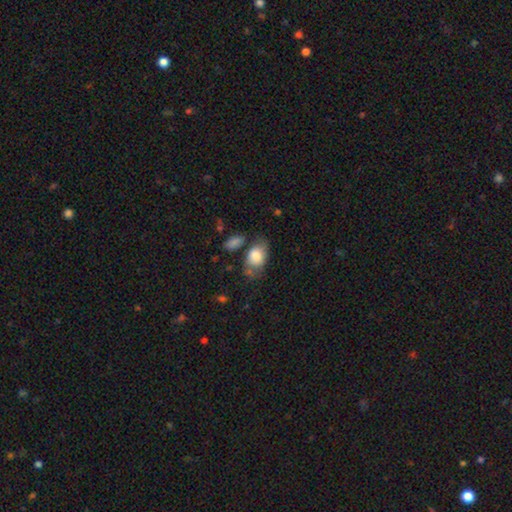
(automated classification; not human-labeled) This is likely a smooth galaxy (74%). How rounded: clearly in between (86%). Merging: possibly none (49%).